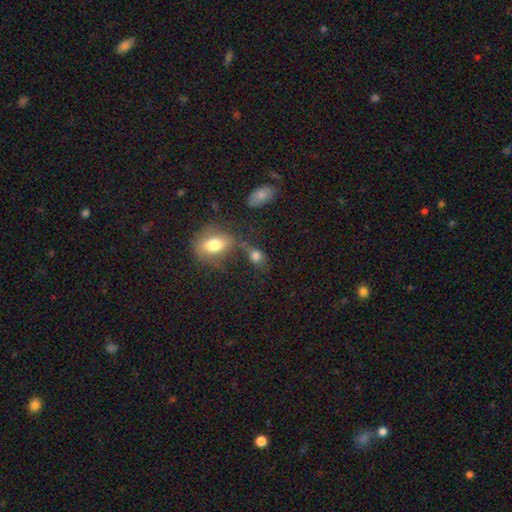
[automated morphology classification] Overall: smooth (72%). How rounded: in between (58%; round 38%). Merging: none (43%; merger 27%).